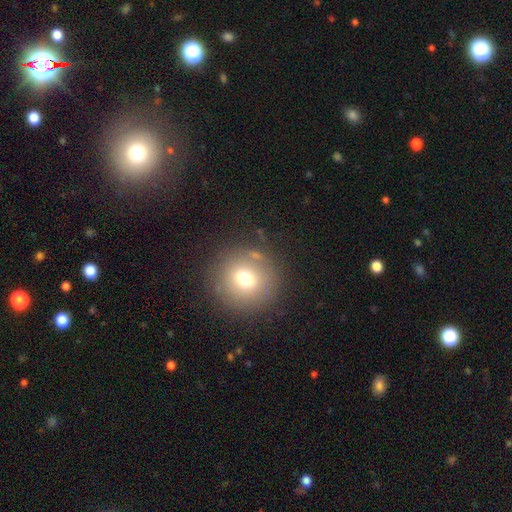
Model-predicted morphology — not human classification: smooth_or_featured: smooth (p=0.57) [alt: star or artifact p=0.28]
how_rounded: round (p=0.94) [alt: in between p=0.05]
merging: none (p=0.88) [alt: minor disturbance p=0.06]